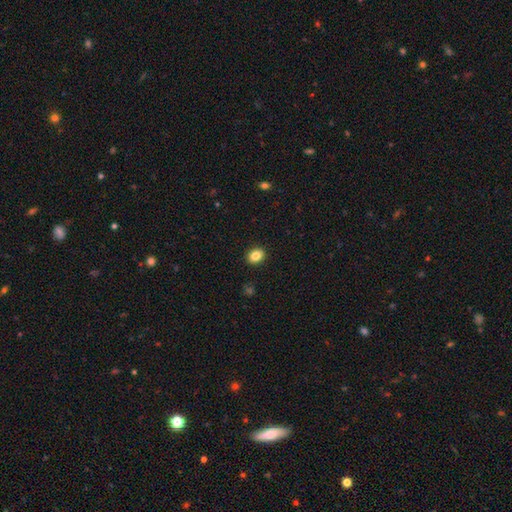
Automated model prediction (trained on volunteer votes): Smooth or featured: smooth — 86% (star or artifact — 9%)
How rounded: in between — 57% (round — 42%)
Merging: none — 91% (minor disturbance — 6%)